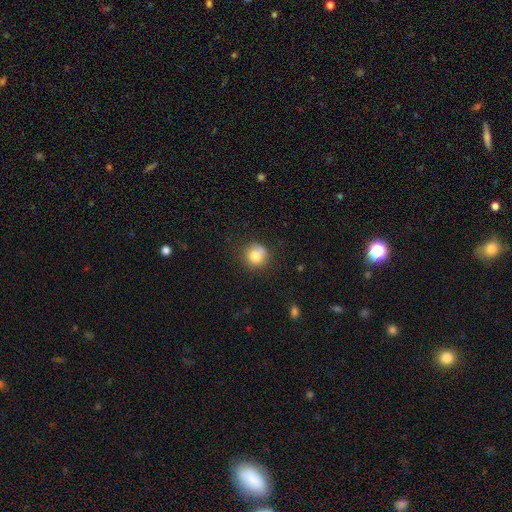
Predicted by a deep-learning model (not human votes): The model was most divided on "merging": none: 71%, minor disturbance: 18%, merger: 6%, major disturbance: 5%. More confident: how rounded — round (91%); smooth or featured — smooth (78%).